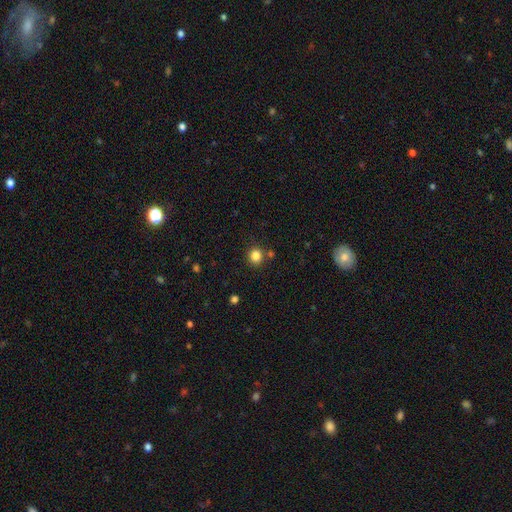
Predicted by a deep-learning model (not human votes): Smooth or featured?
  - smooth: 83% *
  - star or artifact: 12%
  - featured or disk: 5%
How rounded?
  - round: 88% *
  - in between: 11%
  - cigar-shaped: 1%
Merging?
  - none: 82% *
  - minor disturbance: 8%
  - merger: 7%
  - major disturbance: 3%